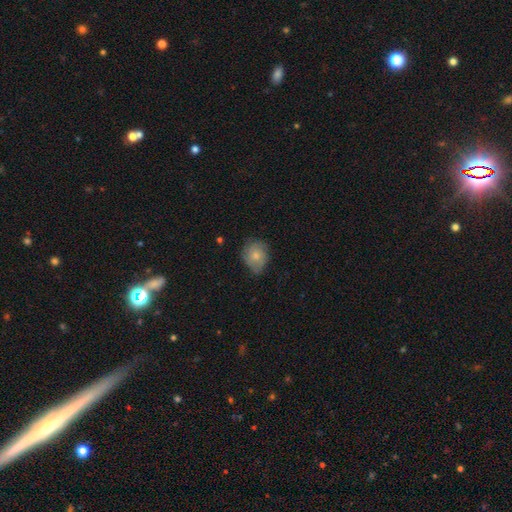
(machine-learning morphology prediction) type=smooth (59%); roundness=round (61%); merging=none (65%).